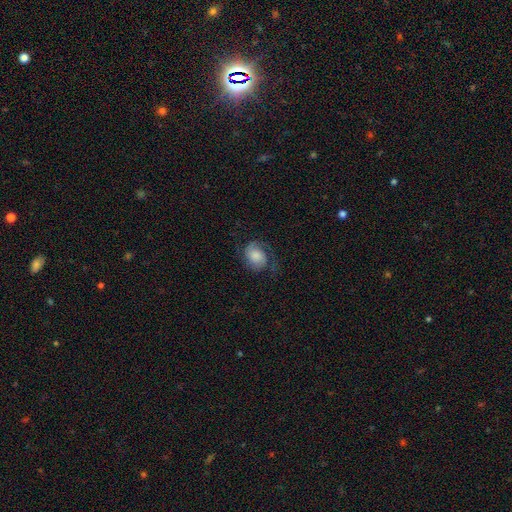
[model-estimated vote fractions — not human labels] smooth_or_featured: featured or disk (p=0.59) [alt: smooth p=0.33]
disk_edge_on: no (p=0.97) [alt: yes p=0.03]
bar: no (p=0.73) [alt: weak p=0.23]
has_spiral_arms: yes (p=0.92) [alt: no p=0.08]
spiral_winding: medium (p=0.43) [alt: tight p=0.29]
spiral_arm_count: 2 (p=0.67) [alt: 1 p=0.22]
bulge_size: moderate (p=0.30) [alt: large p=0.26]
merging: none (p=0.60) [alt: minor disturbance p=0.20]